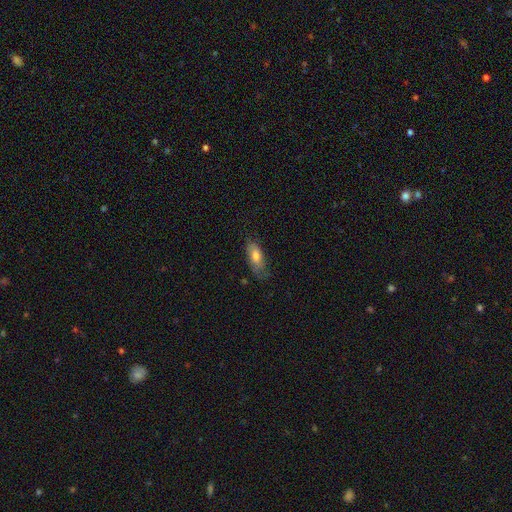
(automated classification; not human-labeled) Smooth or featured? smooth (70%)
How rounded? in between (84%)
Merging? none (55%)